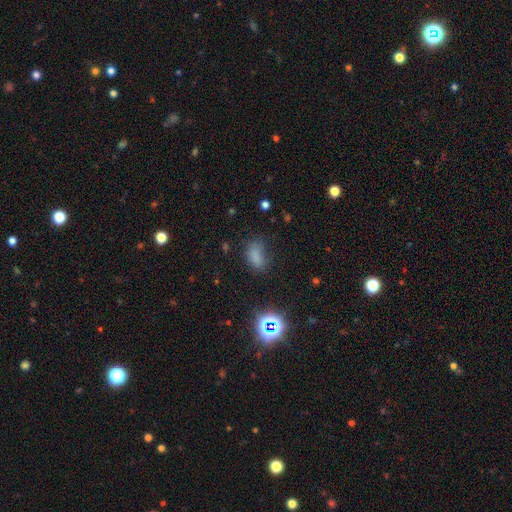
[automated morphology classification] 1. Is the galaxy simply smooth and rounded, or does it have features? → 71% smooth, 21% star or artifact, 8% featured or disk.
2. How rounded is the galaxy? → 85% in between, 10% round, 4% cigar-shaped.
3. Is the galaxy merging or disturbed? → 61% none, 25% minor disturbance, 12% major disturbance, 3% merger.